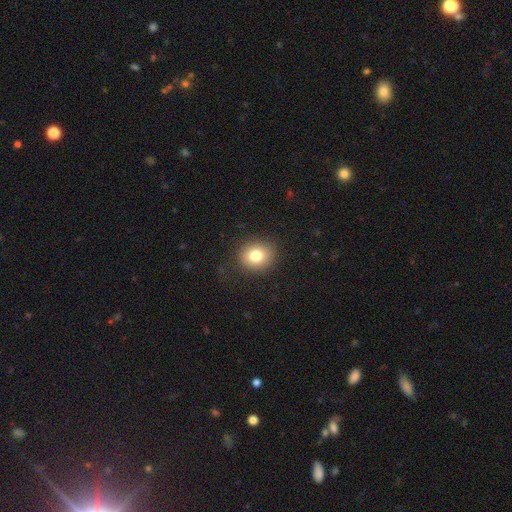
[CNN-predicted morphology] A smooth galaxy with no disk features (79%) that is round (73%).

Vote fractions:
- Smooth or featured? smooth: 79% / star or artifact: 11% / featured or disk: 10%
- How rounded? round: 73% / in between: 26% / cigar-shaped: 1%
- Merging? none: 87% / minor disturbance: 9% / major disturbance: 3% / merger: 1%